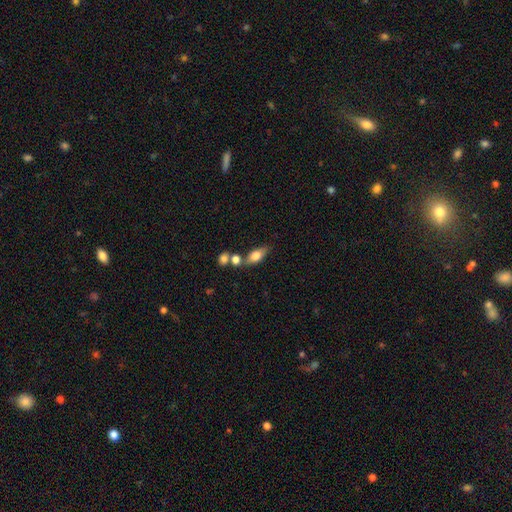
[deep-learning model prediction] The model was most divided on "merging": none: 59%, merger: 20%, minor disturbance: 15%, major disturbance: 5%. More confident: how rounded — in between (76%); smooth or featured — smooth (69%).